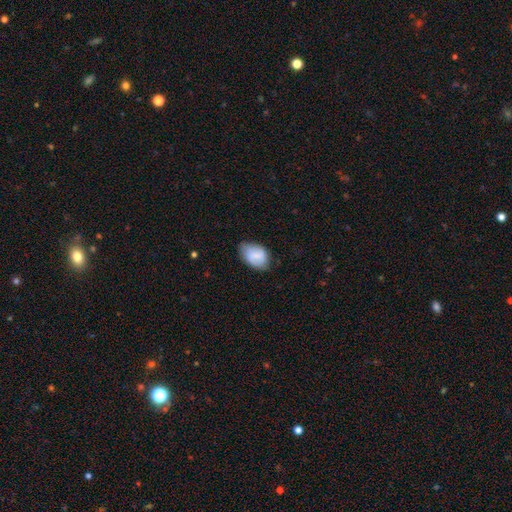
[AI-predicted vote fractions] smooth_or_featured: smooth (p=0.71) [alt: featured or disk p=0.22]
how_rounded: in between (p=0.84) [alt: round p=0.15]
merging: none (p=0.66) [alt: minor disturbance p=0.28]